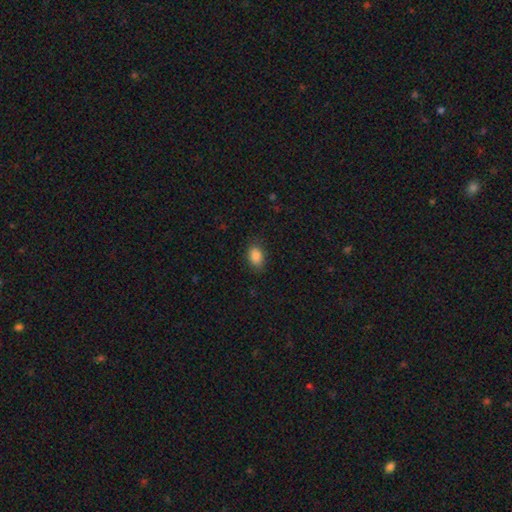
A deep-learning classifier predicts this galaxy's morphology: A smooth galaxy with no disk features (86%) that is in between round and cigar-shaped (83%). Merging: none (83%).